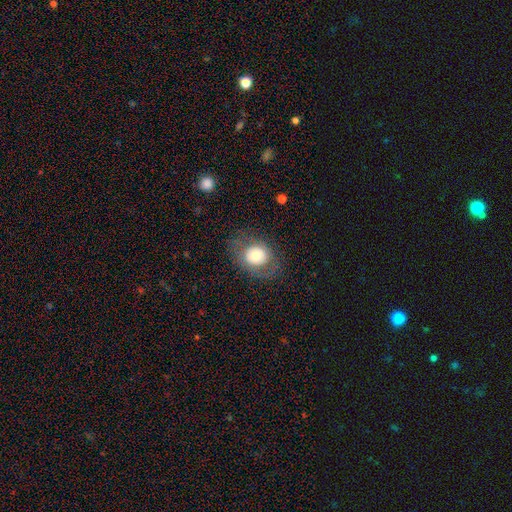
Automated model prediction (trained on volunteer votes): Smooth or featured? Predicted: smooth (p=0.66). How rounded? Predicted: round (p=0.63). Merging? Predicted: none (p=0.76).